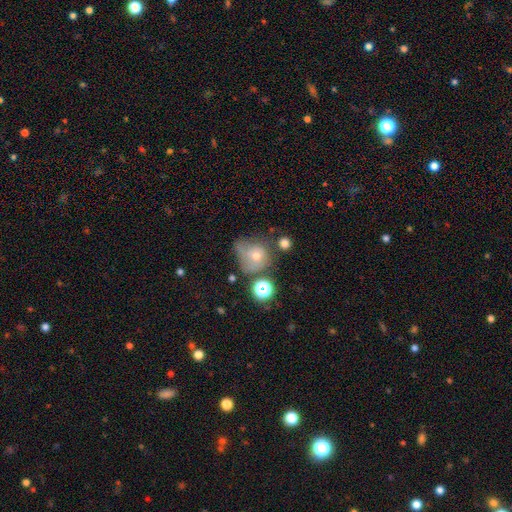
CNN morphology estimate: smooth-or-featured: smooth: 46% | featured or disk: 32% | star or artifact: 22%
  merging: none: 42% | minor disturbance: 26% | major disturbance: 20% | merger: 12%